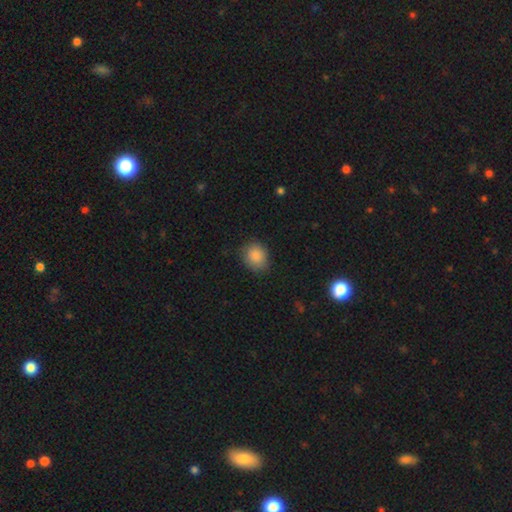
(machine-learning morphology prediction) Smooth or featured: smooth — 86% (star or artifact — 8%)
How rounded: round — 68% (in between — 31%)
Merging: none — 80% (minor disturbance — 15%)